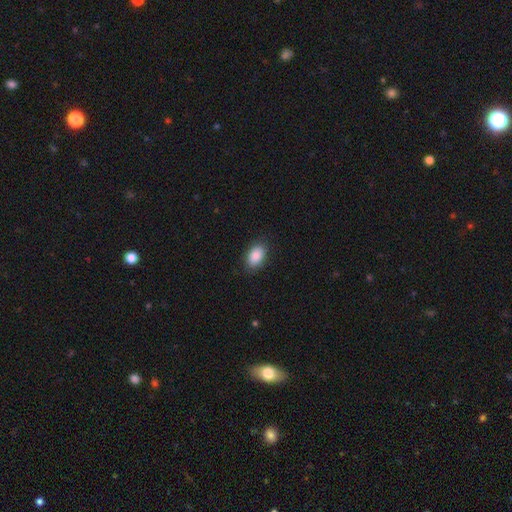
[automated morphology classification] smooth-or-featured: smooth: 89% | star or artifact: 7% | featured or disk: 4%
  how-rounded: in between: 91% | round: 8% | cigar-shaped: 1%
  merging: none: 86% | minor disturbance: 10% | major disturbance: 2% | merger: 1%